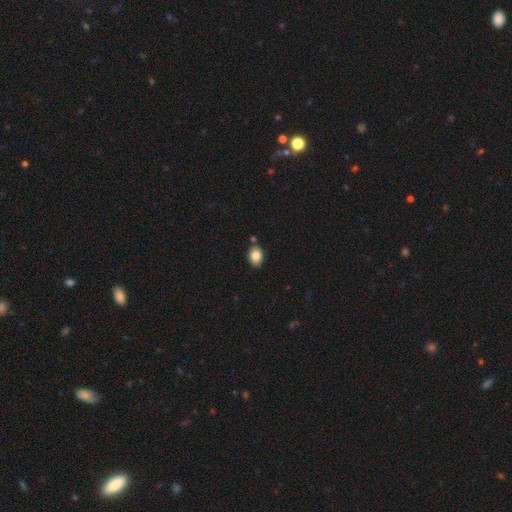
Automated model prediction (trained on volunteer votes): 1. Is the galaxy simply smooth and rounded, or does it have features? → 84% smooth, 8% star or artifact, 8% featured or disk.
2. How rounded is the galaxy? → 74% in between, 25% round, 1% cigar-shaped.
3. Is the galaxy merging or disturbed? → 81% none, 11% minor disturbance, 6% merger, 2% major disturbance.